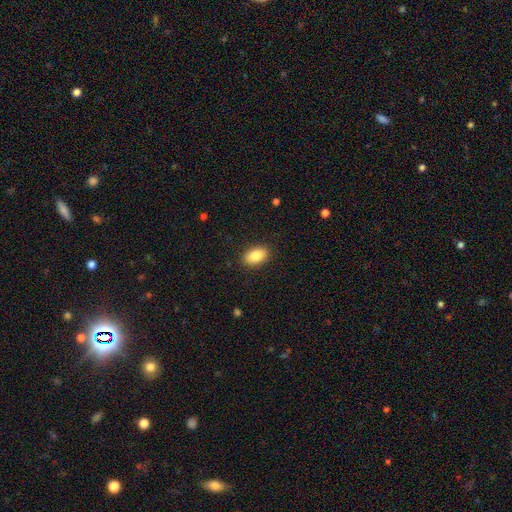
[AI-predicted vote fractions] smooth-or-featured: smooth: 86% | star or artifact: 7% | featured or disk: 7%
  how-rounded: in between: 91% | round: 7% | cigar-shaped: 2%
  merging: none: 89% | minor disturbance: 8% | major disturbance: 2% | merger: 1%